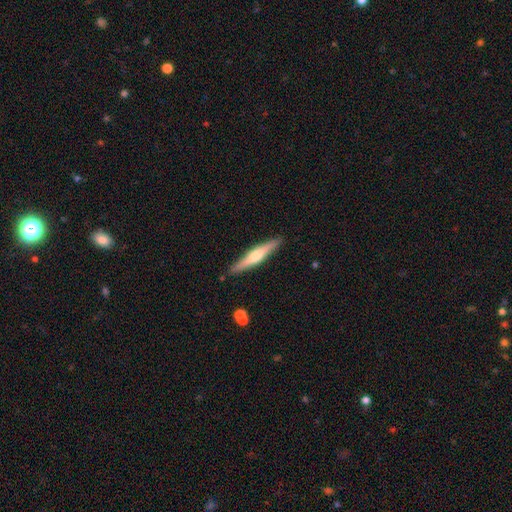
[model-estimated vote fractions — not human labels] Overall: featured or disk (57%; smooth 38%). Edge-on disk: yes (96%). Edge-on bulge: rounded (84%). Merging: none (89%).